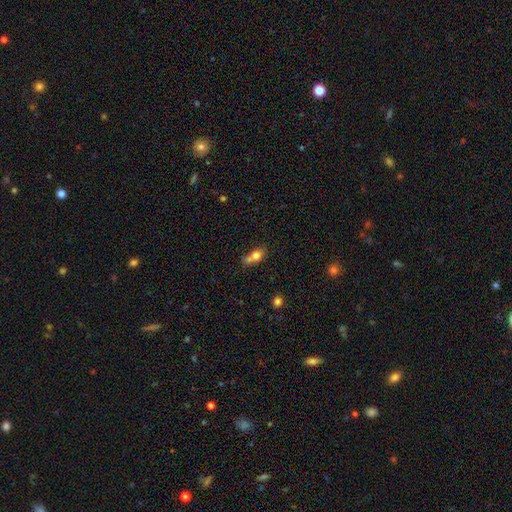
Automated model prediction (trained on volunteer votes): This is likely a smooth galaxy (74%). How rounded: likely in between (60%). Merging: possibly merger (52%).